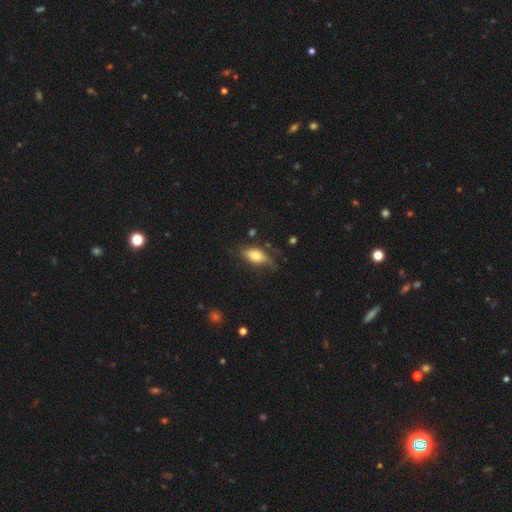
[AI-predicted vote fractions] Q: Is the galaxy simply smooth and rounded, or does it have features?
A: smooth — 72%.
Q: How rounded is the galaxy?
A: in between — 85%.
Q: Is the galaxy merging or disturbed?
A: none — 58%.